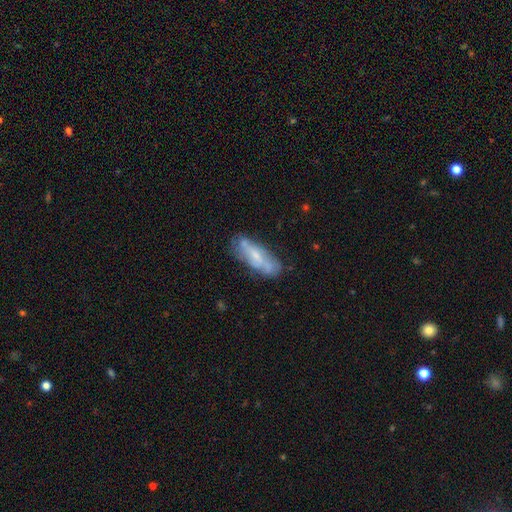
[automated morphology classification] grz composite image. It shows a featured or disk galaxy (52%). Merging: none (66%).